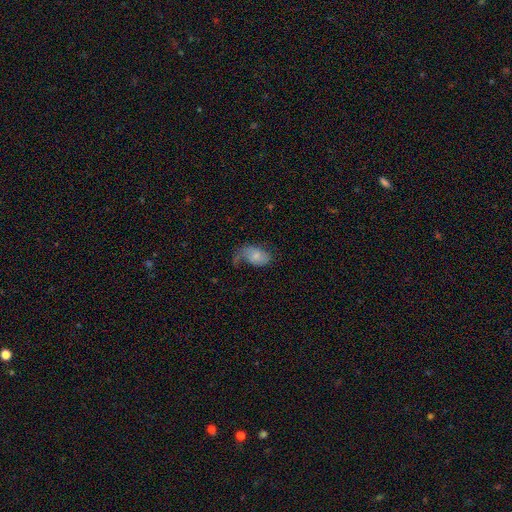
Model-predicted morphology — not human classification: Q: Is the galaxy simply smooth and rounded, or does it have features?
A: smooth — 51%.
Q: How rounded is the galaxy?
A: in between — 90%.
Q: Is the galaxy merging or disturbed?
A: major disturbance — 37%.